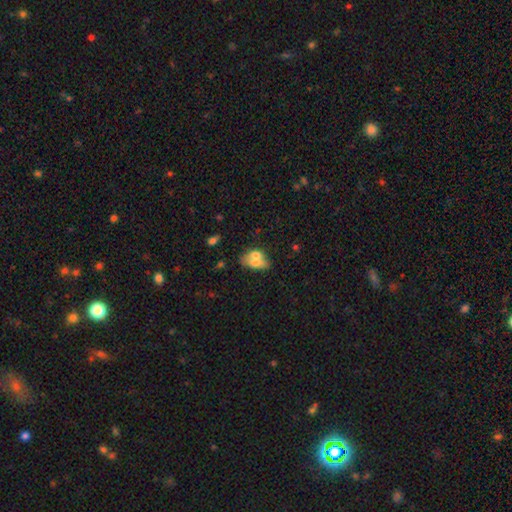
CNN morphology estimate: This appears to be a smooth galaxy with no disk features (62%) that is in between round and cigar-shaped (82%). Merging: merger (57%).